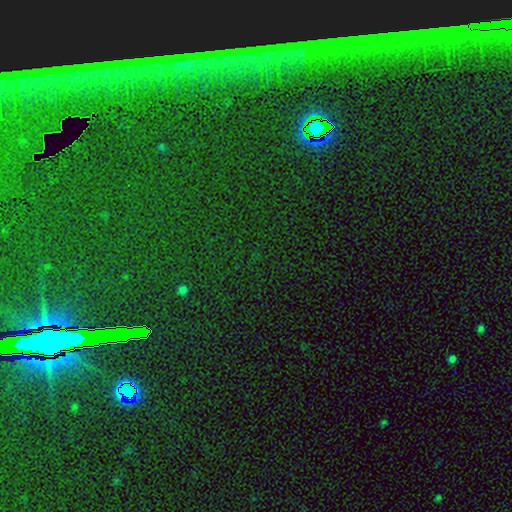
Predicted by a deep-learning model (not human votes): Smooth or featured? Predicted: star or artifact (p=0.78).